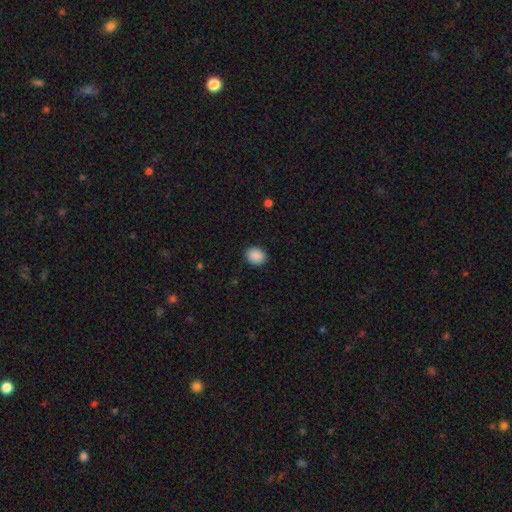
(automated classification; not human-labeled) Overall: smooth (90%). How rounded: in between (50%; round 49%). Merging: none (89%).